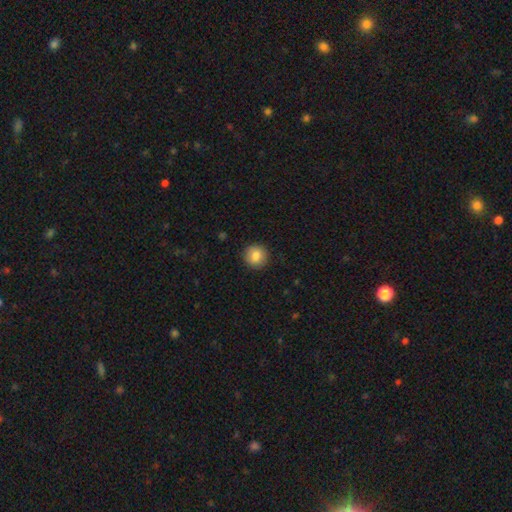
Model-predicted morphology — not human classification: A smooth galaxy with no disk features (85%) that is round (93%).

Vote fractions:
- Smooth or featured? smooth: 85% / star or artifact: 9% / featured or disk: 7%
- How rounded? round: 93% / in between: 6% / cigar-shaped: 1%
- Merging? none: 91% / minor disturbance: 6% / major disturbance: 2% / merger: 1%